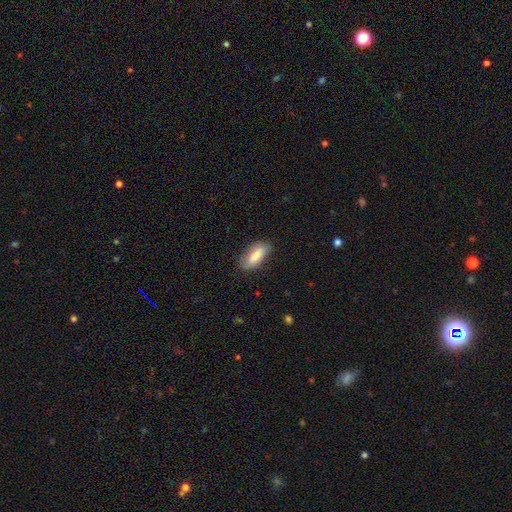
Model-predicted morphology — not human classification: Overall: smooth (78%). How rounded: in between (82%). Merging: none (79%).